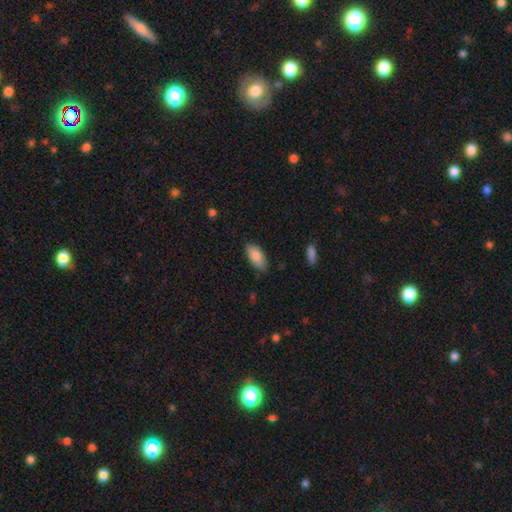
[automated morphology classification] Smooth or featured?
  - smooth: 84% *
  - featured or disk: 10%
  - star or artifact: 6%
How rounded?
  - in between: 90% *
  - cigar-shaped: 8%
  - round: 2%
Merging?
  - none: 82% *
  - minor disturbance: 15%
  - major disturbance: 2%
  - merger: 1%